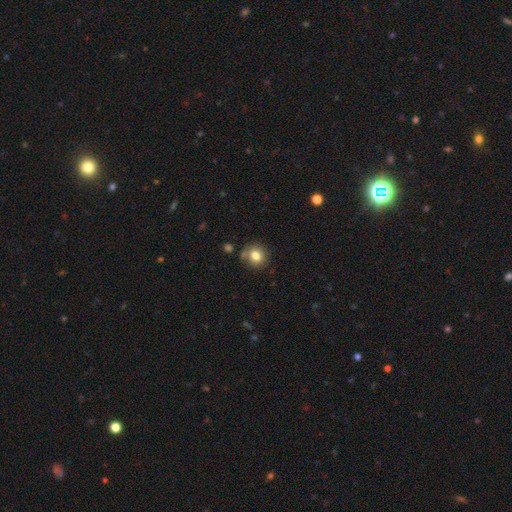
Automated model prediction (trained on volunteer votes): A smooth galaxy with no disk features (82%) that is round (84%). Merging: none (77%).